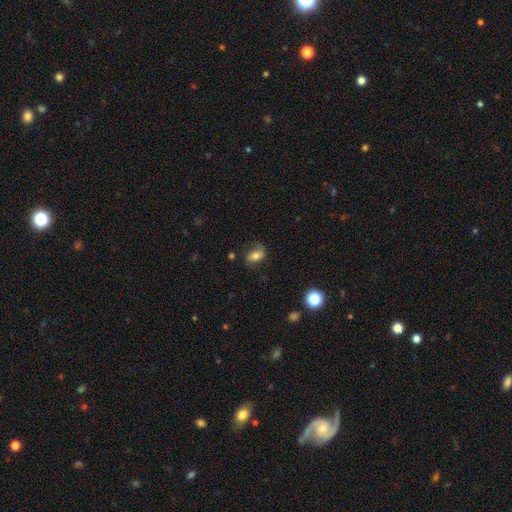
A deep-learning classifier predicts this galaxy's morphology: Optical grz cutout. It shows a smooth galaxy with no disk features (57%) that is in between round and cigar-shaped (76%). Merging: none (67%).